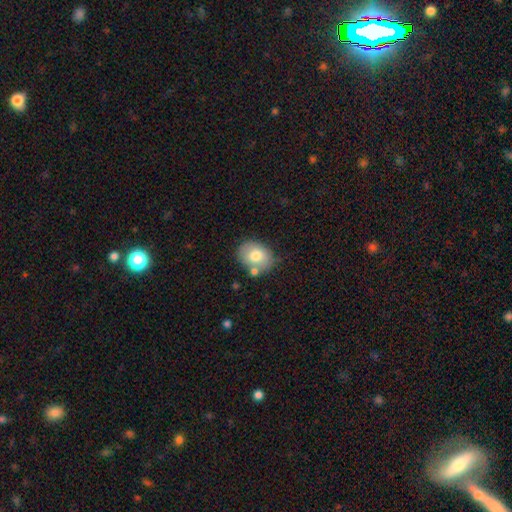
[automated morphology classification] A smooth galaxy with no disk features (74%) that is in between round and cigar-shaped (60%).

Vote fractions:
- Smooth or featured? smooth: 74% / featured or disk: 19% / star or artifact: 8%
- How rounded? in between: 60% / round: 39% / cigar-shaped: 1%
- Merging? none: 66% / minor disturbance: 18% / merger: 12% / major disturbance: 4%